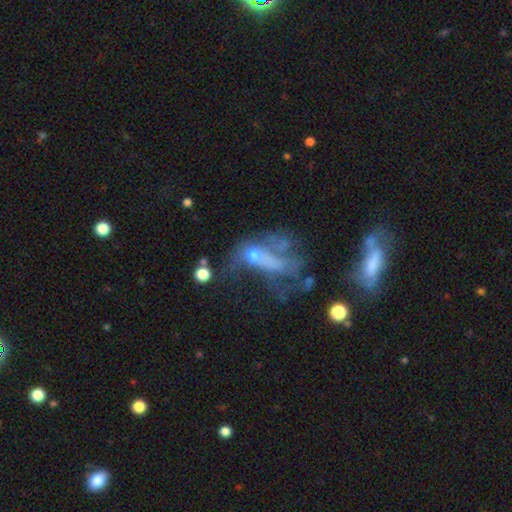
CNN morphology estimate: type=featured or disk (49%); merging=major disturbance (46%).